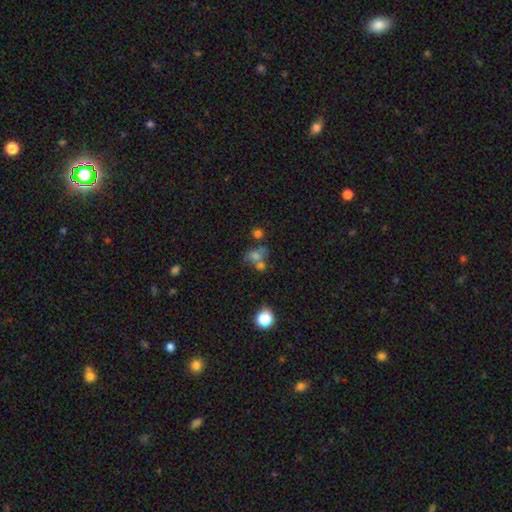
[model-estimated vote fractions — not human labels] smooth 61%, star or artifact 21%, featured or disk 18%. Down the decision tree: how rounded — round (57%); merging — merger (42%).